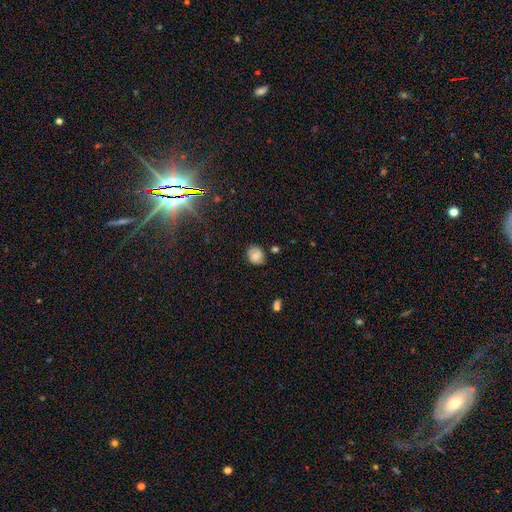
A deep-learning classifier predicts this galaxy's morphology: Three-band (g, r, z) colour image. It shows a smooth galaxy with no disk features (72%) that is round (67%). Merging: none (70%).